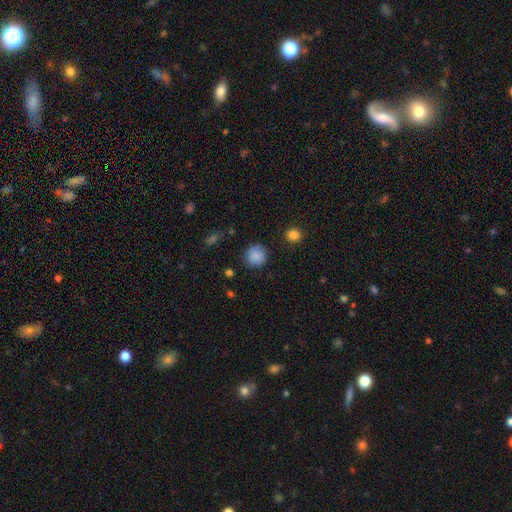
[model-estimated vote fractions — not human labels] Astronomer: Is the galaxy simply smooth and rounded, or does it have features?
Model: smooth — 86%.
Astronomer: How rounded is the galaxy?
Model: round — 91%.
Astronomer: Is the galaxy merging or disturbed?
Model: none — 84%.